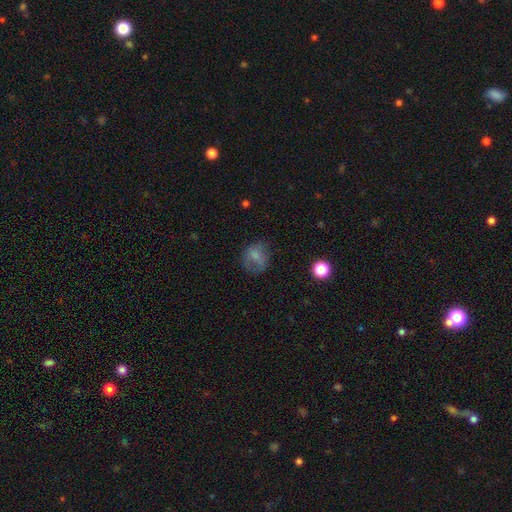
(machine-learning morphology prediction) This is likely a smooth galaxy (68%). How rounded: possibly round (58%). Merging: possibly none (52%).